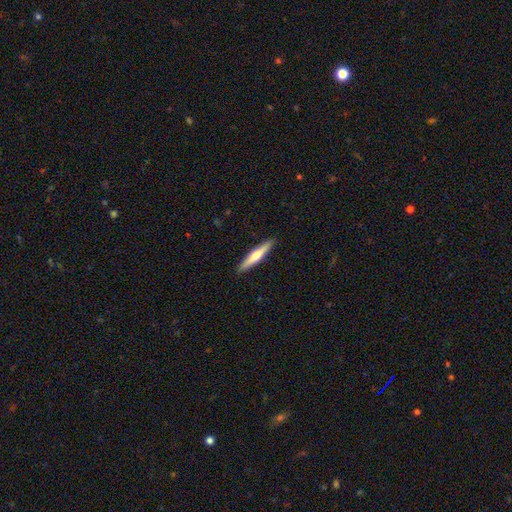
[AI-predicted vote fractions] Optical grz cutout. It shows a featured or disk galaxy (54%) viewed edge-on (96%) with a rounded central bulge (91%). Merging: none (92%).